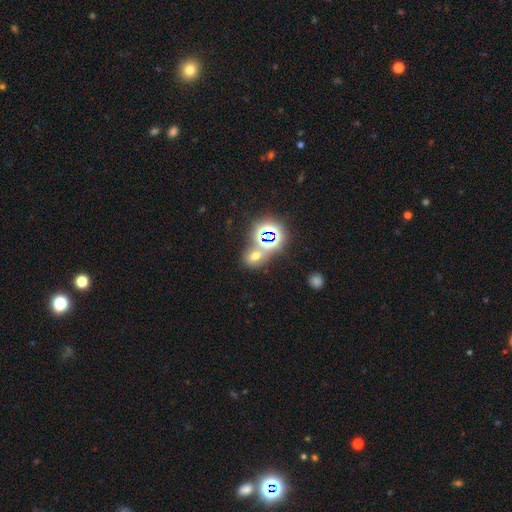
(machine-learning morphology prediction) The model was most divided on "smooth or featured": smooth: 45%, star or artifact: 43%, featured or disk: 12%. More confident: merging — none (56%).